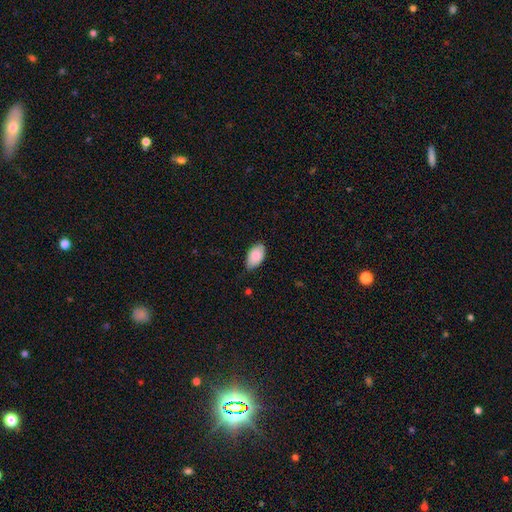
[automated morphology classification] Overall: smooth (86%). How rounded: in between (95%). Merging: none (75%).